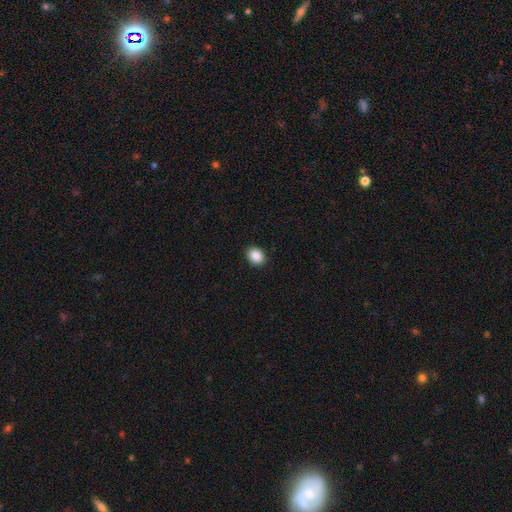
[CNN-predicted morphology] Smooth or featured? smooth (89%)
How rounded? round (50%)
Merging? none (92%)